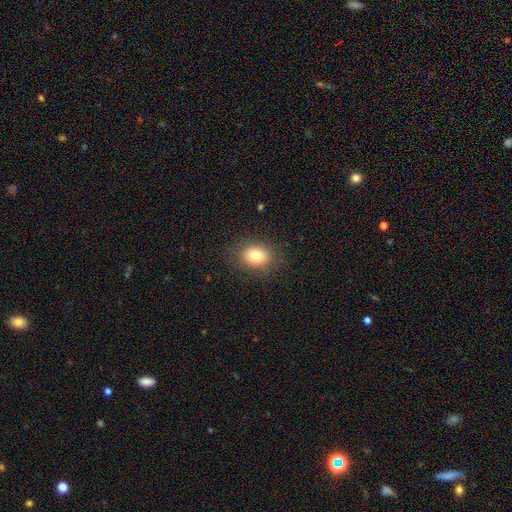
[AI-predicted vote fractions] A smooth galaxy with no disk features (81%) that is in between round and cigar-shaped (57%). Merging: none (86%).